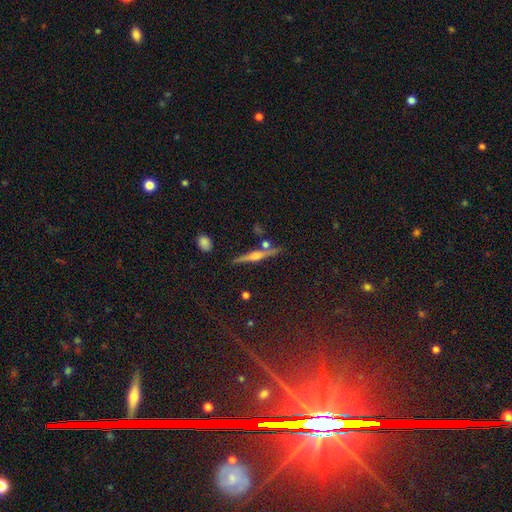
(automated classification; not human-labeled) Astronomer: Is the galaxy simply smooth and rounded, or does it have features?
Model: featured or disk — 67%.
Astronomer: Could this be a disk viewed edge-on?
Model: yes — 96%.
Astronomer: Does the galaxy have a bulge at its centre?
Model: rounded — 83%.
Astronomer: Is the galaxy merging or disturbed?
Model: none — 81%.